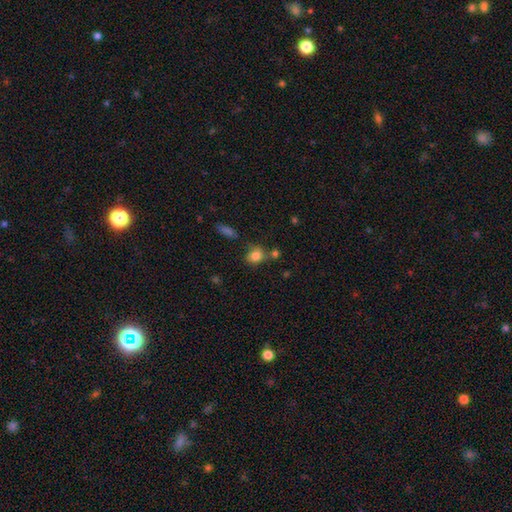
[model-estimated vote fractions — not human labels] A smooth galaxy with no disk features (83%) that is round (61%).

Vote fractions:
- Smooth or featured? smooth: 83% / star or artifact: 10% / featured or disk: 7%
- How rounded? round: 61% / in between: 37% / cigar-shaped: 2%
- Merging? none: 61% / minor disturbance: 18% / merger: 15% / major disturbance: 6%